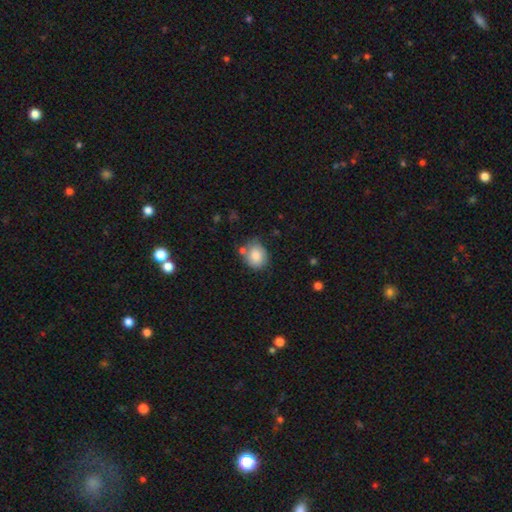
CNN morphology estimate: A smooth galaxy with no disk features (84%) that is round (61%). Merging: none (66%).